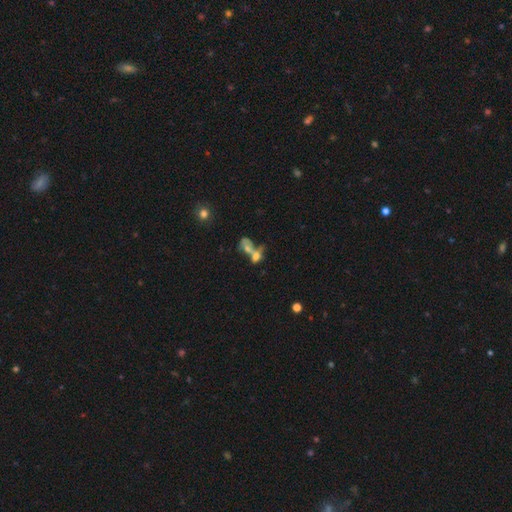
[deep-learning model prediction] A smooth galaxy with no disk features (51%) that is in between round and cigar-shaped (67%).

Vote fractions:
- Smooth or featured? smooth: 51% / featured or disk: 33% / star or artifact: 16%
- How rounded? in between: 67% / round: 24% / cigar-shaped: 9%
- Merging? merger: 66% / none: 17% / major disturbance: 10% / minor disturbance: 7%